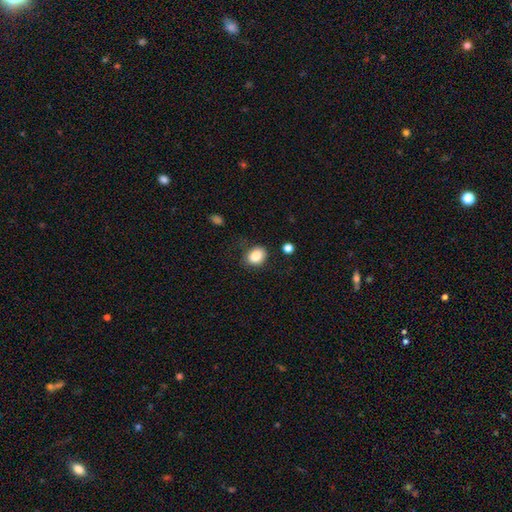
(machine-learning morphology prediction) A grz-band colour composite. It shows a smooth galaxy with no disk features (85%) that is in between round and cigar-shaped (53%). Merging: none (77%).